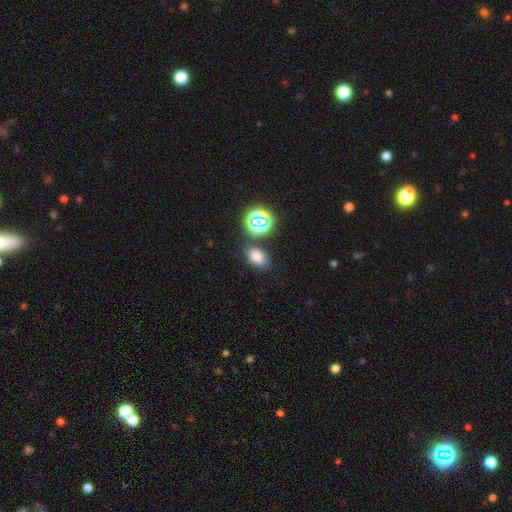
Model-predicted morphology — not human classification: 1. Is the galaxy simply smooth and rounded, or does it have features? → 73% smooth, 20% star or artifact, 7% featured or disk.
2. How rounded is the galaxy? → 81% in between, 18% round, 1% cigar-shaped.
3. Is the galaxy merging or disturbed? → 78% none, 11% minor disturbance, 7% merger, 3% major disturbance.